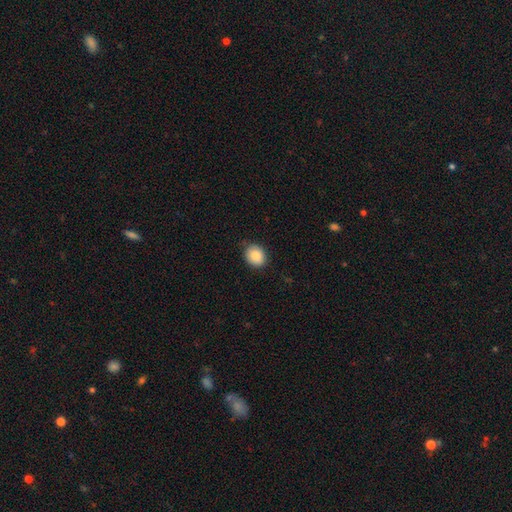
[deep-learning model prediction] A smooth galaxy with no disk features (86%) that is round (55%). Merging: none (81%).